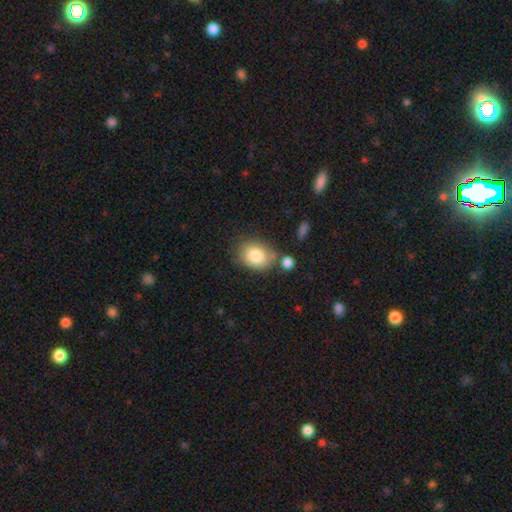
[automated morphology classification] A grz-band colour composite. It shows a smooth galaxy with no disk features (83%) that is in between round and cigar-shaped (57%). Merging: none (65%).